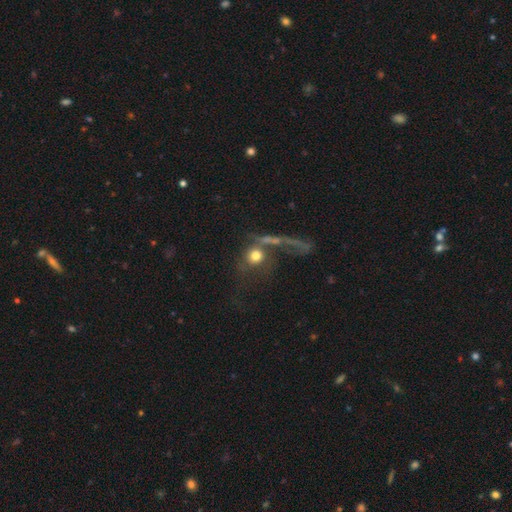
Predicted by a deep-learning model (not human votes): Morphology: type=smooth (69%); roundness=round (86%); merging=none (42%).